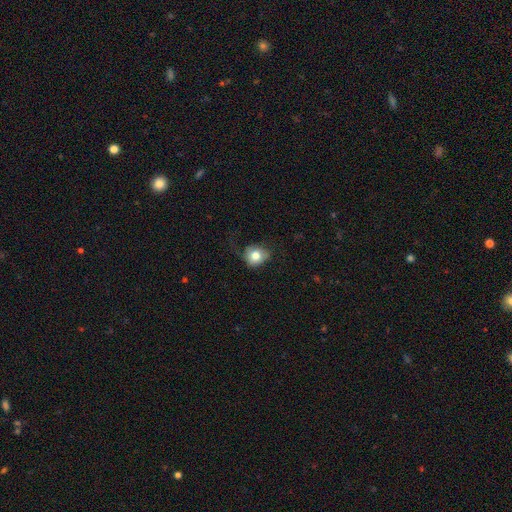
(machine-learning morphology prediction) A smooth galaxy with no disk features (78%) that is round (74%).

Vote fractions:
- Smooth or featured? smooth: 78% / featured or disk: 13% / star or artifact: 9%
- How rounded? round: 74% / in between: 25% / cigar-shaped: 1%
- Merging? none: 54% / minor disturbance: 27% / major disturbance: 17% / merger: 2%